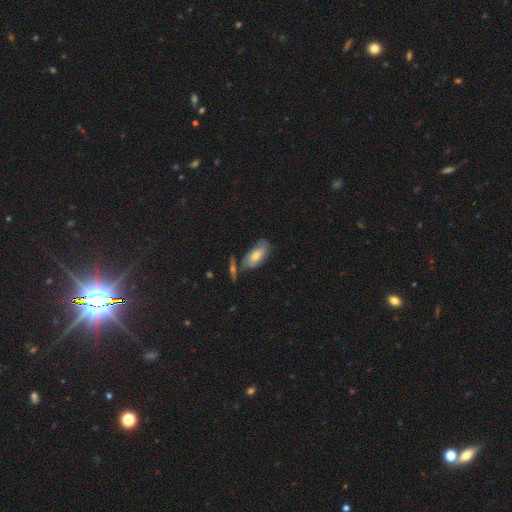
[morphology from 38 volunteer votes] This appears to be a smooth galaxy with no disk features (47%, tied with featured or disk) that is in between round and cigar-shaped (78%). Merging: none (44%).